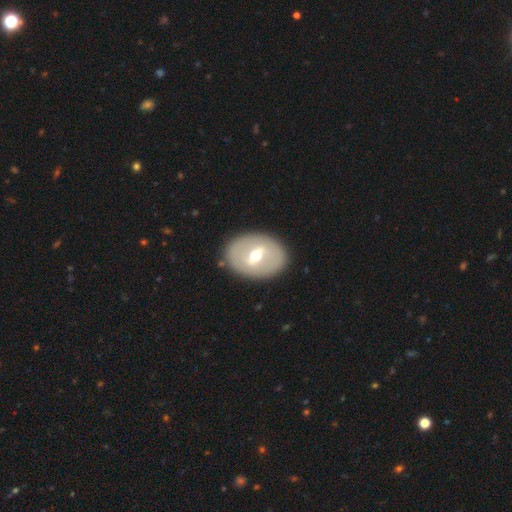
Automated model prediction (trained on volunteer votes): A featured or disk galaxy (56%) with a weak bar (49%), no spiral arms (79%) and a moderate central bulge (69%).

Vote fractions:
- Smooth or featured? featured or disk: 56% / smooth: 37% / star or artifact: 6%
- Edge-on disk? no: 91% / yes: 9%
- Bar? weak: 49% / strong: 32% / no: 19%
- Spiral arms? no: 79% / yes: 21%
- Bulge size? moderate: 69% / small: 24% / large: 5% / dominant: 1% / none: 1%
- Merging? none: 86% / minor disturbance: 9% / major disturbance: 3% / merger: 1%